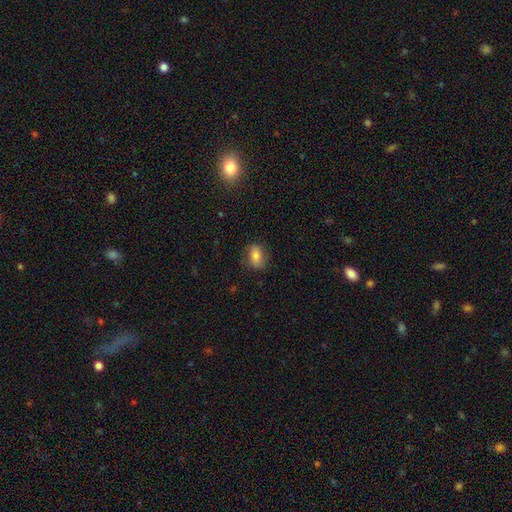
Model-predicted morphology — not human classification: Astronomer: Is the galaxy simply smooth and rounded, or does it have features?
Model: smooth — 76%.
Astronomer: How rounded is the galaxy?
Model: in between — 81%.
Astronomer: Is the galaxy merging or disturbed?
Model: none — 80%.